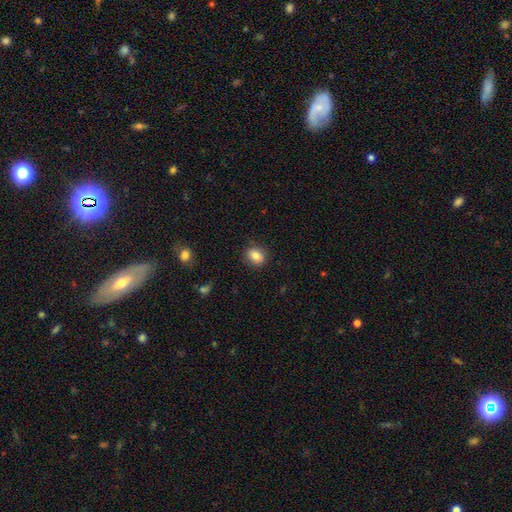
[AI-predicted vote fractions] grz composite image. It shows a smooth galaxy with no disk features (80%) that is round (62%). Merging: none (82%).